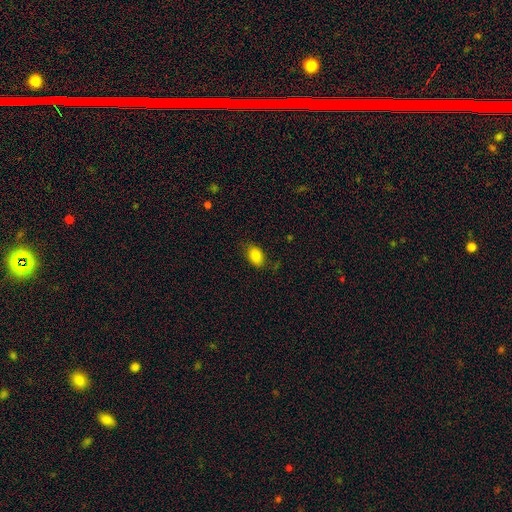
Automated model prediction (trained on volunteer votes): The model was most divided on "merging": none: 80%, minor disturbance: 15%, major disturbance: 3%, merger: 1%. More confident: smooth or featured — smooth (86%); how rounded — in between (86%).